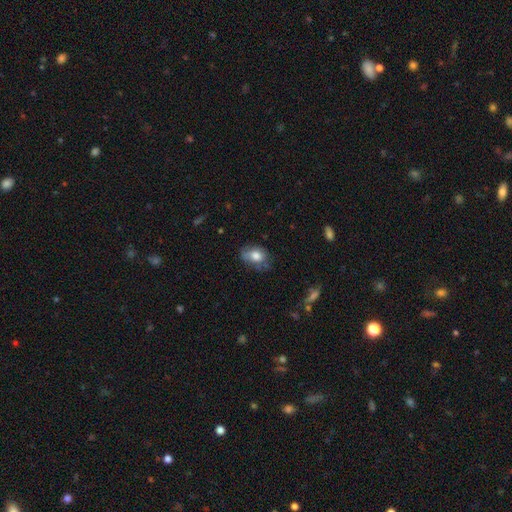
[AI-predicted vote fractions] smooth_or_featured: smooth (p=0.70) [alt: featured or disk p=0.22]
how_rounded: in between (p=0.74) [alt: round p=0.25]
merging: none (p=0.56) [alt: minor disturbance p=0.30]